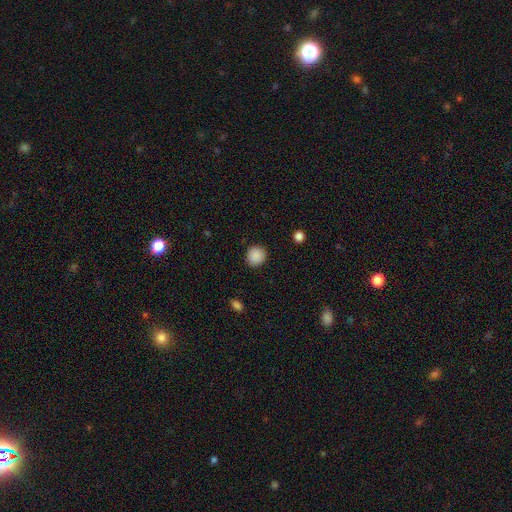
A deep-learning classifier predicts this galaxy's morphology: smooth 89%, star or artifact 9%, featured or disk 3%. Down the decision tree: how rounded — round (89%); merging — none (90%).